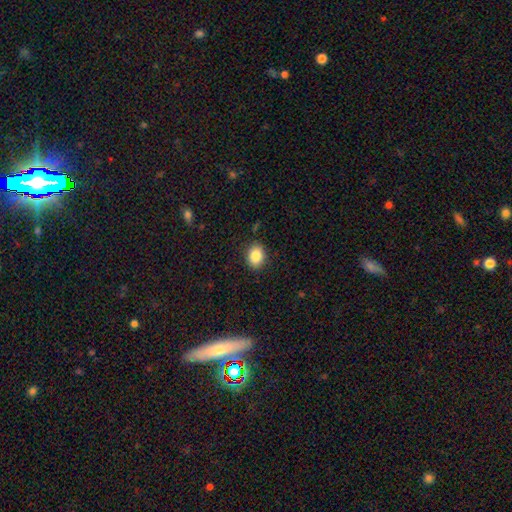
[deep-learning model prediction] This appears to be a smooth galaxy with no disk features (86%) that is in between round and cigar-shaped (57%). Merging: none (88%).